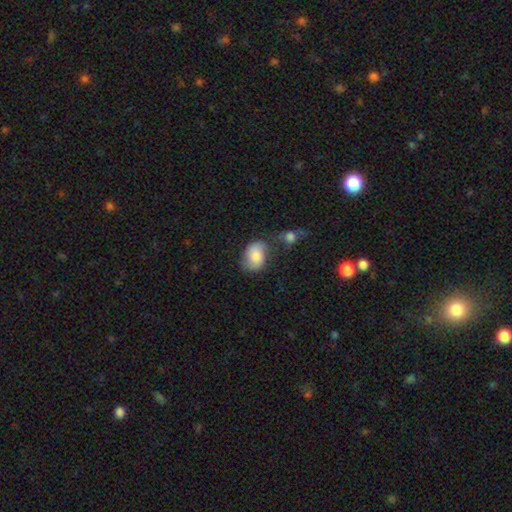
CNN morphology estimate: The model was most divided on "merging": none: 50%, minor disturbance: 21%, merger: 20%, major disturbance: 9%. More confident: smooth or featured — smooth (71%); how rounded — in between (65%).